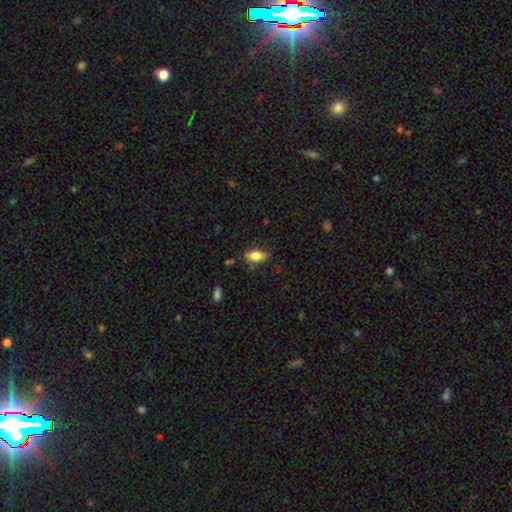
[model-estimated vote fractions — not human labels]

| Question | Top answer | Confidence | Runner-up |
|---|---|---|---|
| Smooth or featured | smooth | 74% | featured or disk (18%) |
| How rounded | in between | 85% | cigar-shaped (11%) |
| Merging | none | 73% | minor disturbance (19%) |